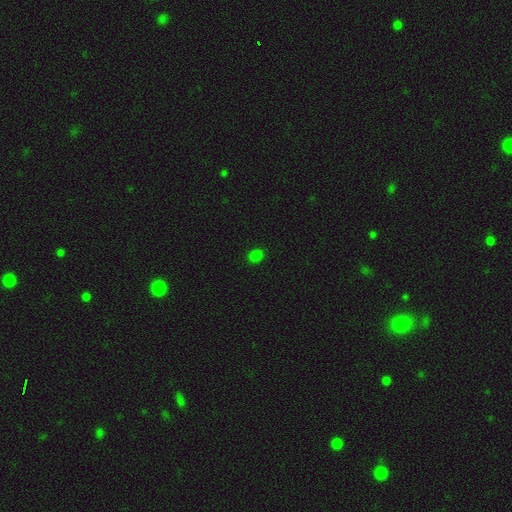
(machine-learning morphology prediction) smooth_or_featured: smooth (p=0.80) [alt: star or artifact p=0.17]
how_rounded: round (p=0.56) [alt: in between p=0.42]
merging: none (p=0.90) [alt: minor disturbance p=0.07]